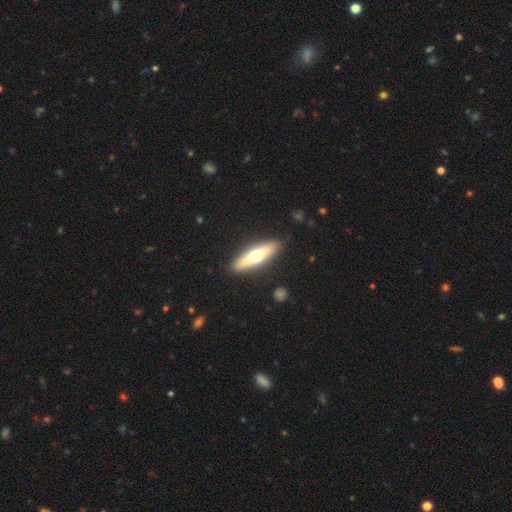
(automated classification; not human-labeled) A smooth galaxy with no disk features (51%) that is cigar-shaped (69%).

Vote fractions:
- Smooth or featured? smooth: 51% / featured or disk: 44% / star or artifact: 5%
- How rounded? cigar-shaped: 69% / in between: 29% / round: 2%
- Merging? none: 89% / minor disturbance: 8% / major disturbance: 2% / merger: 1%